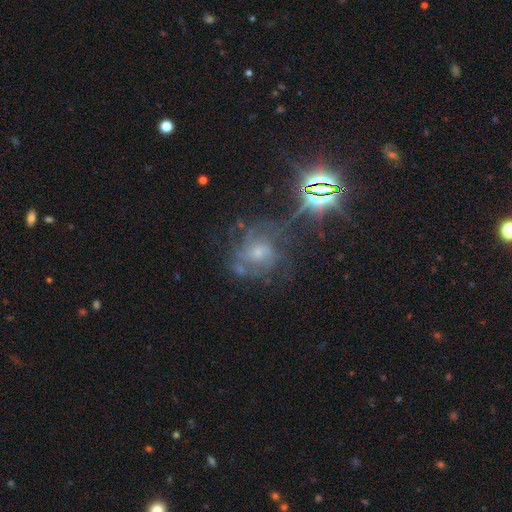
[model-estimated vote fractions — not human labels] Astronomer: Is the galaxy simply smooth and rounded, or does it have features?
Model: featured or disk — 54% (runner-up: star or artifact, 32%).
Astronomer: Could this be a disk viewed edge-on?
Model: no — 95%.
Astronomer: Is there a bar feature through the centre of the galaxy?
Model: no — 69%.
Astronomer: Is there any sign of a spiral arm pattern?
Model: yes — 78%.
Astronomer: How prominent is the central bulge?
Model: small — 54% (runner-up: moderate, 33%).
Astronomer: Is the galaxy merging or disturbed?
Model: none — 60%.